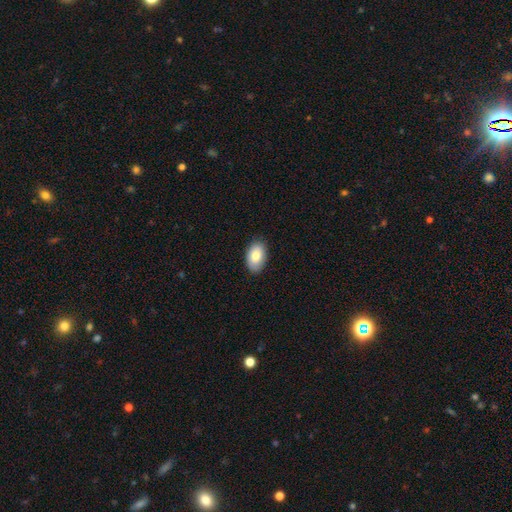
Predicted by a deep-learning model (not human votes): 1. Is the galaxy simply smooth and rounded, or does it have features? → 83% smooth, 11% featured or disk, 7% star or artifact.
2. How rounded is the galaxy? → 92% in between, 7% round, 1% cigar-shaped.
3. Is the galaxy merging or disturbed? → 86% none, 11% minor disturbance, 2% major disturbance, 1% merger.